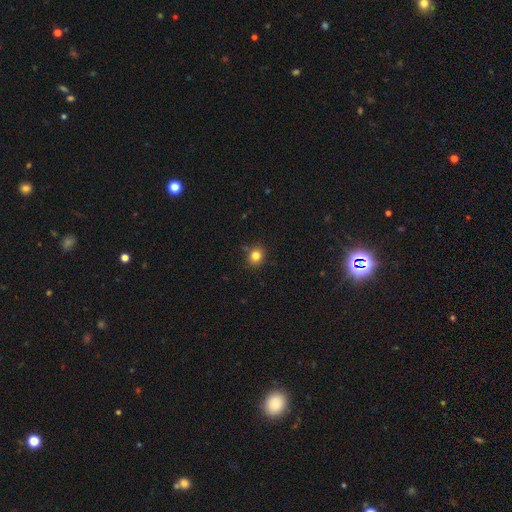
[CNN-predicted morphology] smooth-or-featured: smooth: 82% | star or artifact: 13% | featured or disk: 6%
  how-rounded: round: 76% | in between: 23% | cigar-shaped: 1%
  merging: none: 86% | minor disturbance: 10% | merger: 3% | major disturbance: 2%